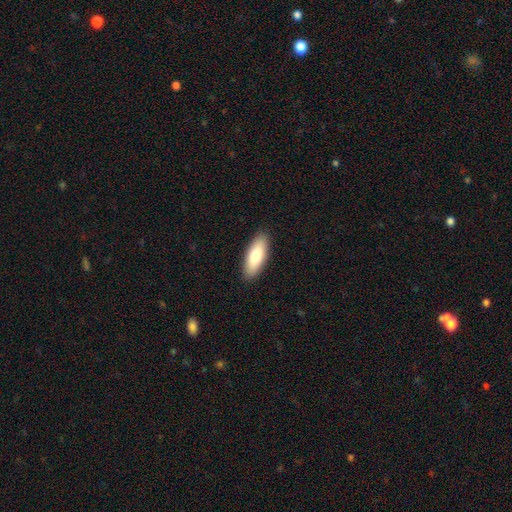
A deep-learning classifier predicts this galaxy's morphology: Smooth or featured? Predicted: smooth (p=0.79). How rounded? Predicted: in between (p=0.69). Merging? Predicted: none (p=0.90).